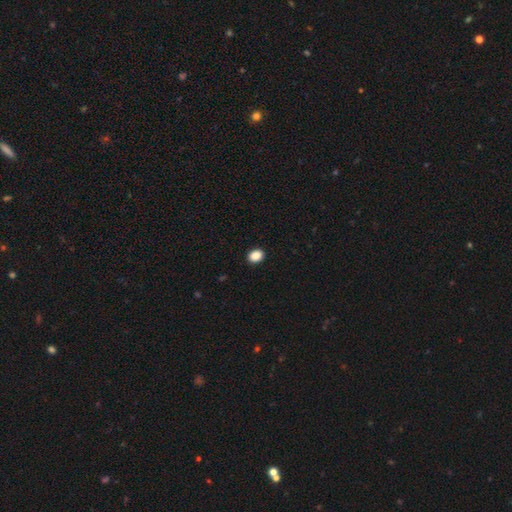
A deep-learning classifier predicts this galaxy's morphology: The model was most divided on "how rounded": in between: 59%, round: 40%, cigar-shaped: 1%. More confident: merging — none (92%); smooth or featured — smooth (89%).